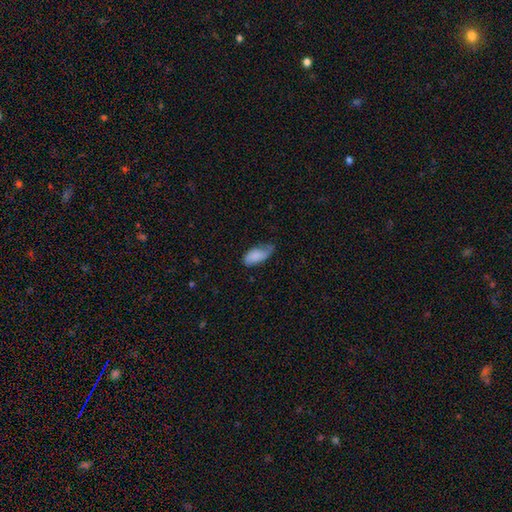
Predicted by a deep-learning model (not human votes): This is clearly a smooth galaxy (81%). How rounded: clearly in between (91%). Merging: marginally minor disturbance (44%).